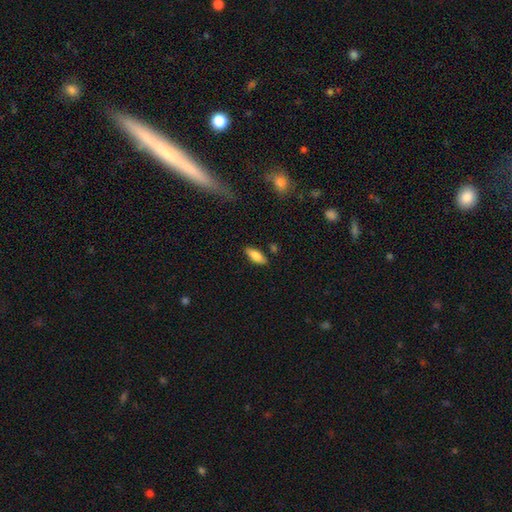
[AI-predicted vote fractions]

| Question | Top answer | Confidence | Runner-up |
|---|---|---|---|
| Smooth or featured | smooth | 82% | featured or disk (11%) |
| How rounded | in between | 76% | cigar-shaped (22%) |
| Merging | none | 84% | minor disturbance (11%) |